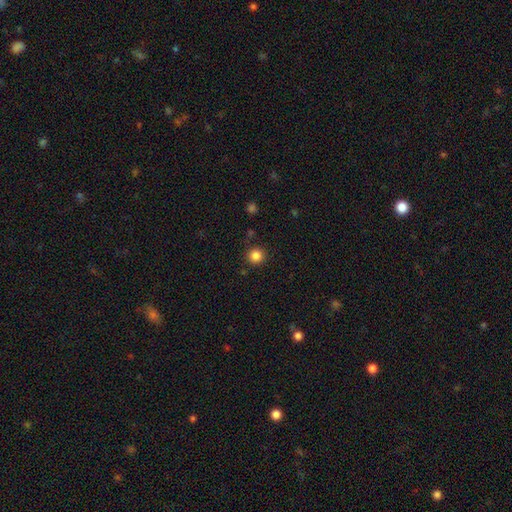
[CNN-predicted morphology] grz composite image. It shows a smooth galaxy with no disk features (85%) that is round (93%). Merging: none (89%).